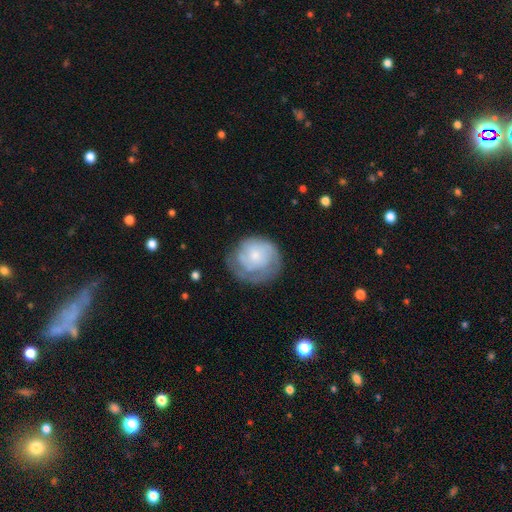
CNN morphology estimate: featured or disk 53%, smooth 40%, star or artifact 7%. Down the decision tree: edge-on disk — no (98%); bar — no (81%); spiral arms — yes (75%); bulge size — small (55%); merging — none (57%).